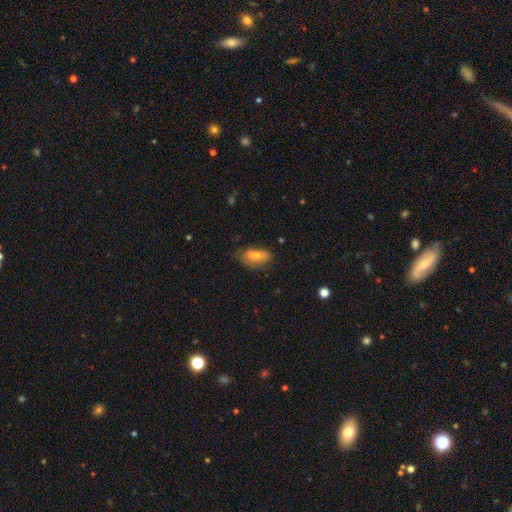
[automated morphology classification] Overall: smooth (66%). How rounded: in between (86%). Merging: none (47%; minor disturbance 23%).